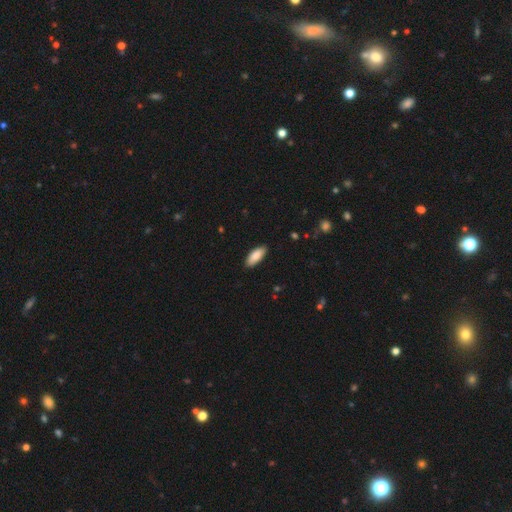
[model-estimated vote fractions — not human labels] A smooth galaxy with no disk features (87%) that is in between round and cigar-shaped (80%).

Vote fractions:
- Smooth or featured? smooth: 87% / featured or disk: 7% / star or artifact: 5%
- How rounded? in between: 80% / cigar-shaped: 18% / round: 2%
- Merging? none: 87% / minor disturbance: 10% / major disturbance: 2% / merger: 1%